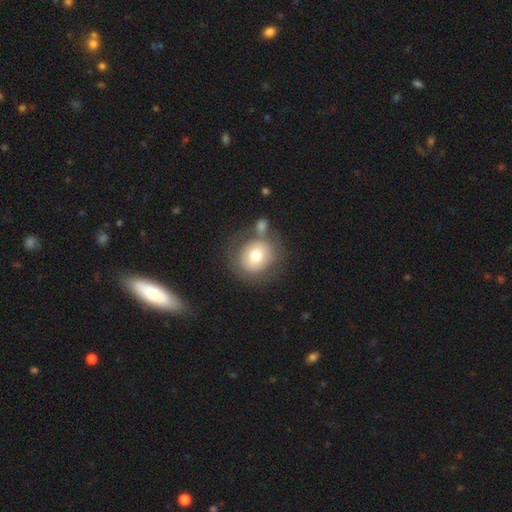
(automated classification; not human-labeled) Smooth or featured: smooth — 69% (featured or disk — 23%)
How rounded: round — 85% (in between — 14%)
Merging: none — 57% (merger — 19%)